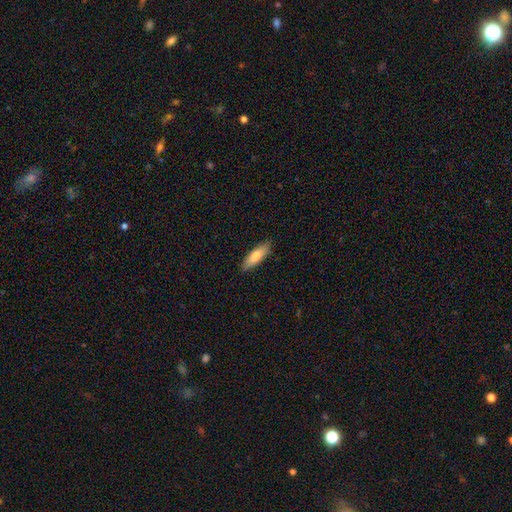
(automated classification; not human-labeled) This is likely a smooth galaxy (78%). How rounded: possibly cigar-shaped (50%). Merging: clearly none (87%).